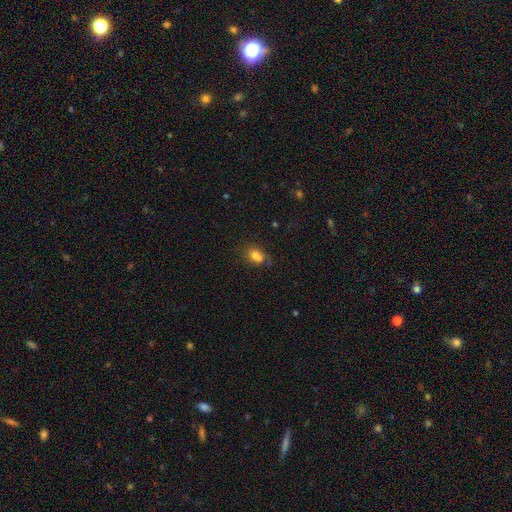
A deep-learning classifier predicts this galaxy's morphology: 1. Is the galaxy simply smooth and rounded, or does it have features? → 75% smooth, 13% star or artifact, 11% featured or disk.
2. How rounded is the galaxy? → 65% in between, 33% round, 2% cigar-shaped.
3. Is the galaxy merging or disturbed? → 51% none, 21% merger, 21% minor disturbance, 7% major disturbance.